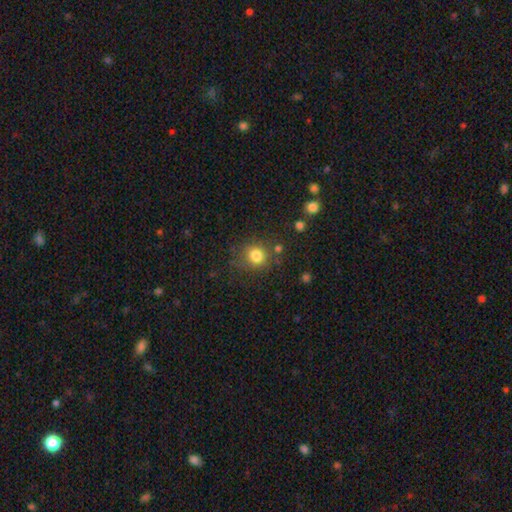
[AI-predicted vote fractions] Q: Smooth or featured?
A: smooth (81%); runner-up: star or artifact (12%)
Q: How rounded?
A: round (82%); runner-up: in between (17%)
Q: Merging?
A: none (78%); runner-up: minor disturbance (12%)